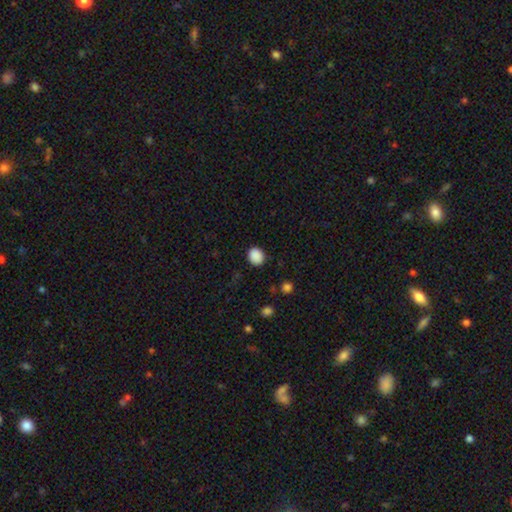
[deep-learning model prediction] A smooth galaxy with no disk features (88%) that is round (66%). Merging: none (89%).